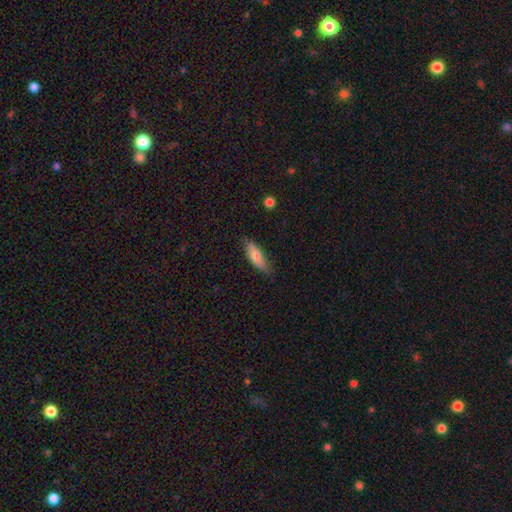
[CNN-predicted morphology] Smooth or featured? Predicted: smooth (p=0.71). How rounded? Predicted: in between (p=0.57). Merging? Predicted: none (p=0.75).